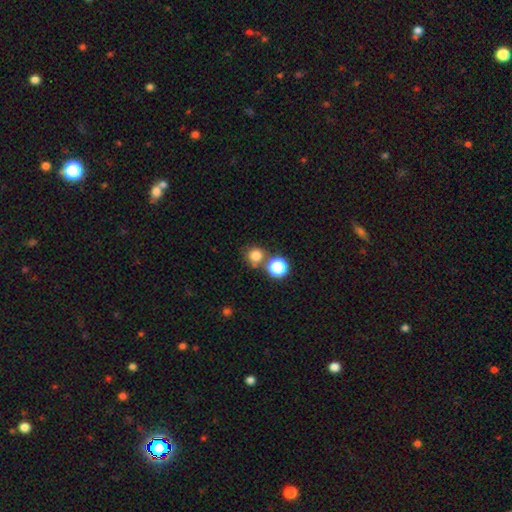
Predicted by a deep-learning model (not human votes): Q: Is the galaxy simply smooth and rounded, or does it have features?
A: smooth — 79%.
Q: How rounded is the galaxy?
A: round — 90%.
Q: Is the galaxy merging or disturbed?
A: none — 65%.